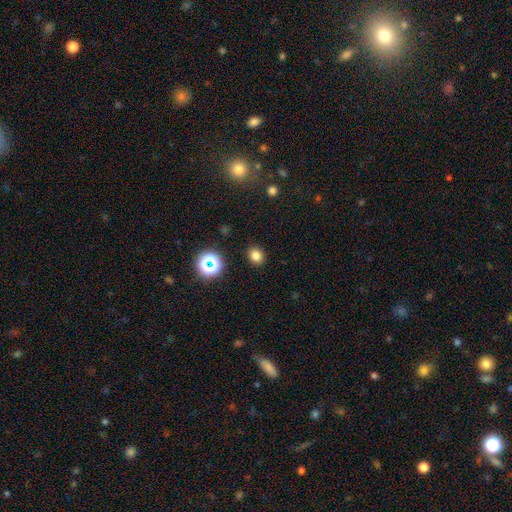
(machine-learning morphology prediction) Smooth or featured: smooth — 79% (star or artifact — 16%)
How rounded: round — 58% (in between — 41%)
Merging: none — 89% (minor disturbance — 7%)